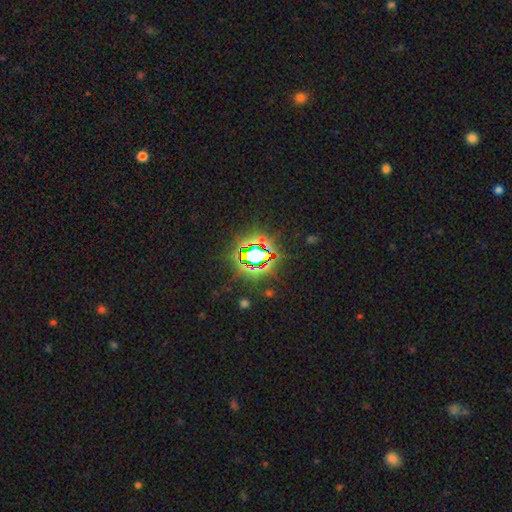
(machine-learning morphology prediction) smooth_or_featured: star or artifact (p=0.78) [alt: smooth p=0.13]